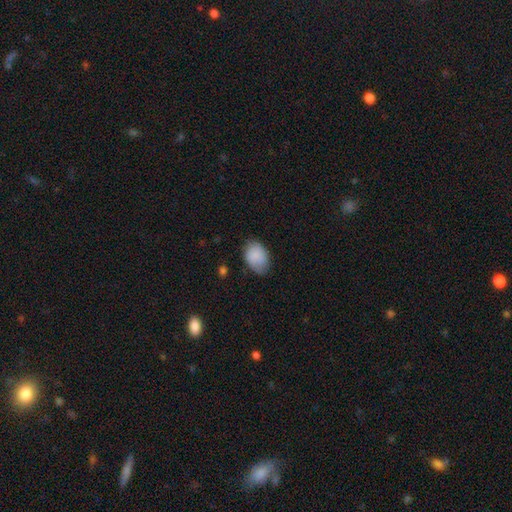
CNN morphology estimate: The model was most divided on "merging": none: 65%, minor disturbance: 28%, major disturbance: 6%, merger: 1%. More confident: smooth or featured — smooth (84%); how rounded — in between (80%).